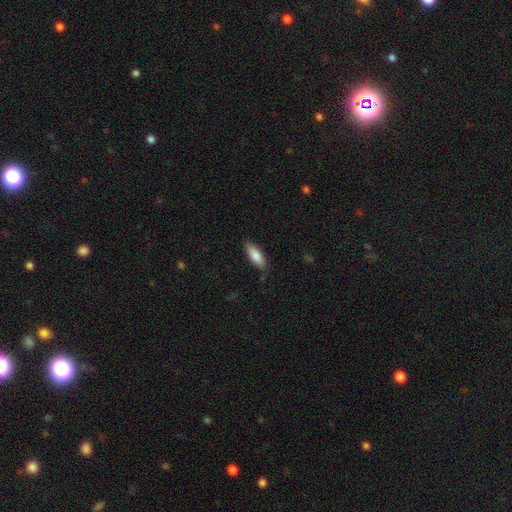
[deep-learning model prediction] This appears to be a smooth galaxy with no disk features (83%) that is in between round and cigar-shaped (64%). Merging: none (82%).